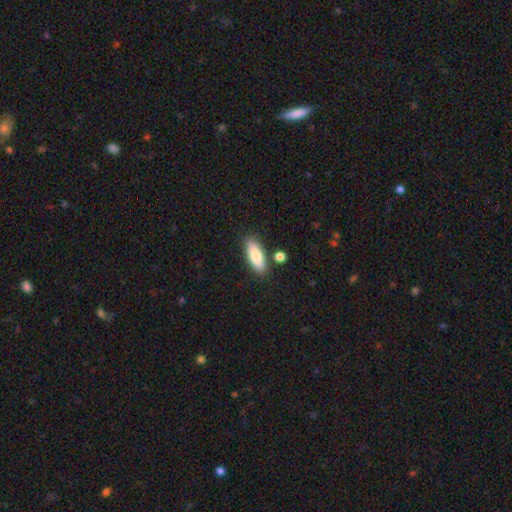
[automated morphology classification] Overall: smooth (78%). How rounded: in between (68%; cigar-shaped 30%). Merging: none (81%).